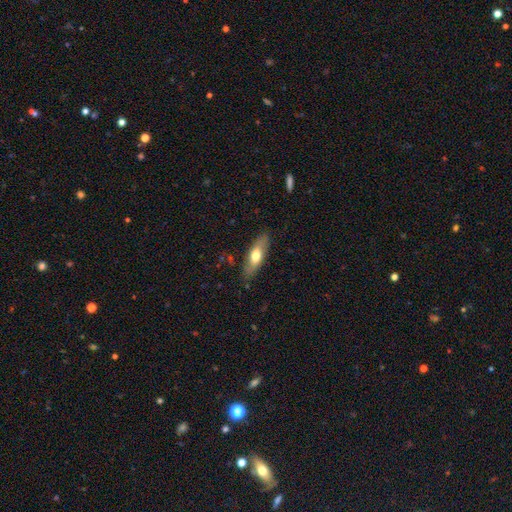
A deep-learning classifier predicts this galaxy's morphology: This appears to be a smooth galaxy with no disk features (61%) that is in between round and cigar-shaped (57%). Merging: none (84%).